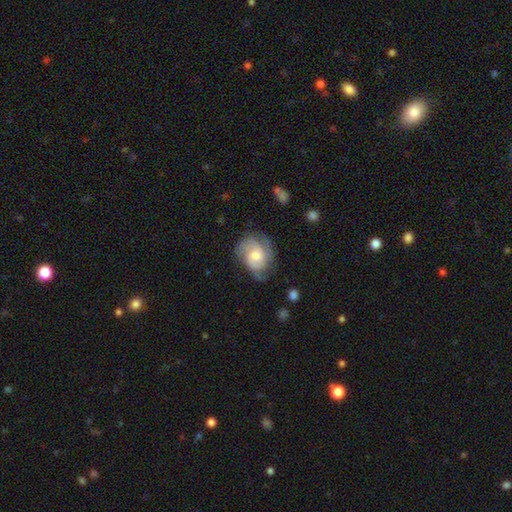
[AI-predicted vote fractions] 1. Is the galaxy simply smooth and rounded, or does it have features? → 64% featured or disk, 29% smooth, 7% star or artifact.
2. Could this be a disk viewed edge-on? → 97% no, 3% yes.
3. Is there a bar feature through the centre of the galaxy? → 70% no, 26% weak, 4% strong.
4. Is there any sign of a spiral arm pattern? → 90% yes, 10% no.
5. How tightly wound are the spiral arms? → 43% medium, 42% tight, 15% loose.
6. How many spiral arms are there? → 45% 2, 22% 3, 21% can't tell, 5% 1, 4% 4, 3% more than 4.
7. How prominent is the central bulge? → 53% moderate, 31% small, 11% large, 4% none, 2% dominant.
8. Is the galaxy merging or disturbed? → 57% none, 28% minor disturbance, 13% major disturbance, 2% merger.